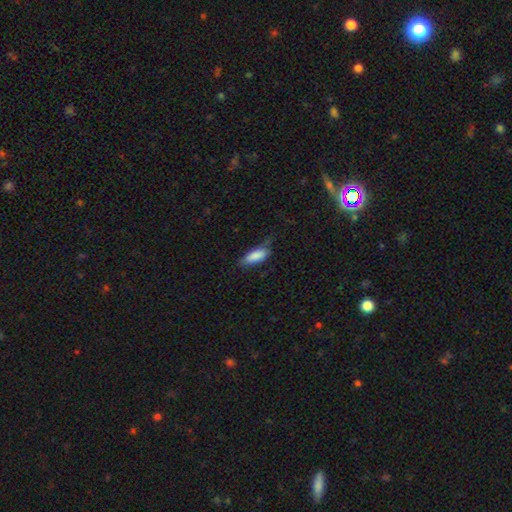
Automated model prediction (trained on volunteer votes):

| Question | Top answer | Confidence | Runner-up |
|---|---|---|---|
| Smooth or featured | smooth | 84% | featured or disk (9%) |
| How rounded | in between | 71% | cigar-shaped (27%) |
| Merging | none | 56% | minor disturbance (31%) |